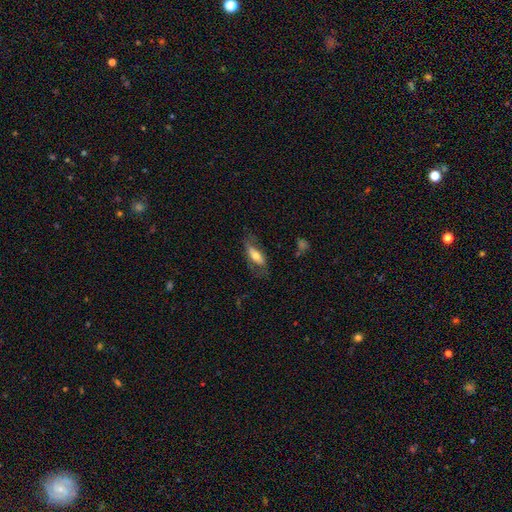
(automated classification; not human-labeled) smooth 55%, featured or disk 39%, star or artifact 7%. Down the decision tree: how rounded — in between (73%); merging — none (60%).